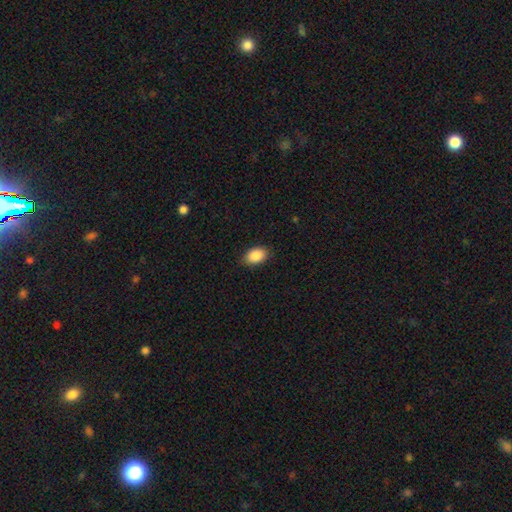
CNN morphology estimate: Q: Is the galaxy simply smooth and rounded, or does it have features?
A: smooth — 90%.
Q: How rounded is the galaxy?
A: in between — 89%.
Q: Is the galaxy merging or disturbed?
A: none — 86%.